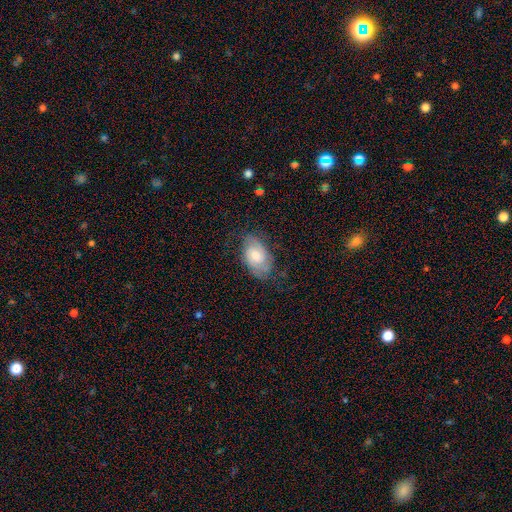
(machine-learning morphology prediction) The model was most divided on "smooth or featured": smooth: 49%, featured or disk: 44%, star or artifact: 7%. More confident: merging — none (66%).